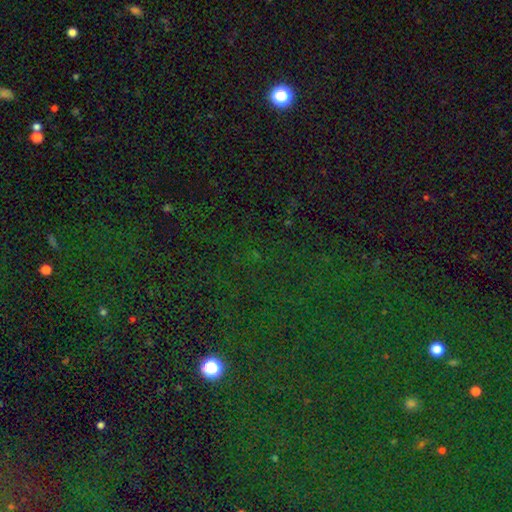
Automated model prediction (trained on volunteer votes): This is likely a star or artifact rather than a galaxy (79%).